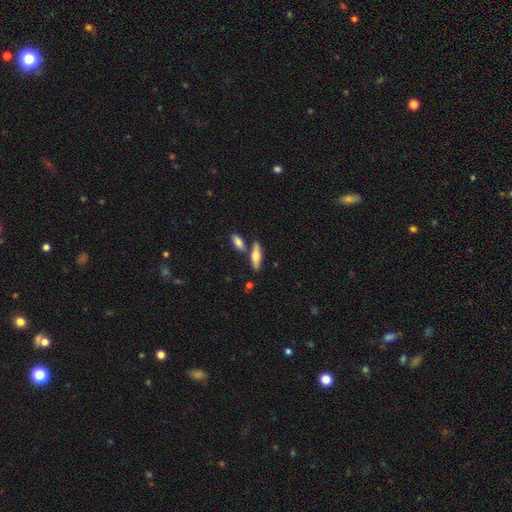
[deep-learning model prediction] Q: Smooth or featured?
A: smooth (54%); runner-up: featured or disk (40%)
Q: How rounded?
A: cigar-shaped (55%); runner-up: in between (42%)
Q: Merging?
A: none (71%); runner-up: merger (16%)